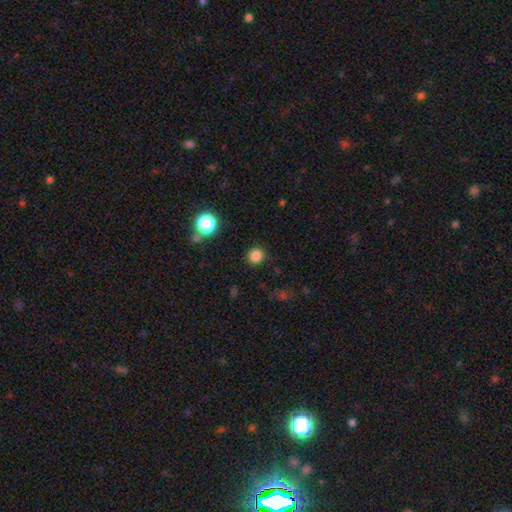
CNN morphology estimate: A smooth galaxy with no disk features (83%) that is round (93%). Merging: none (90%).